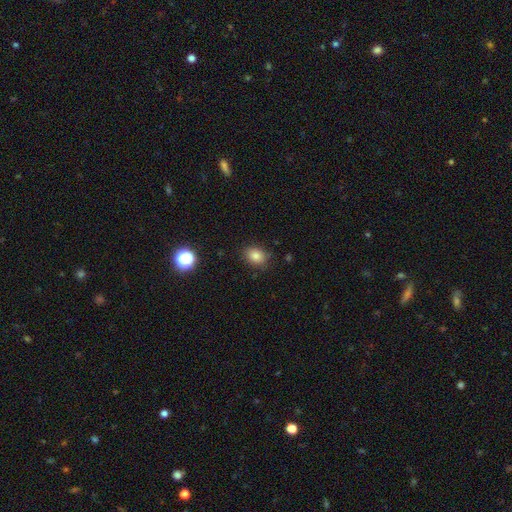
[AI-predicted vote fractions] A smooth galaxy with no disk features (82%) that is in between round and cigar-shaped (55%).

Vote fractions:
- Smooth or featured? smooth: 82% / star or artifact: 12% / featured or disk: 6%
- How rounded? in between: 55% / round: 44% / cigar-shaped: 1%
- Merging? none: 84% / minor disturbance: 12% / major disturbance: 3% / merger: 1%